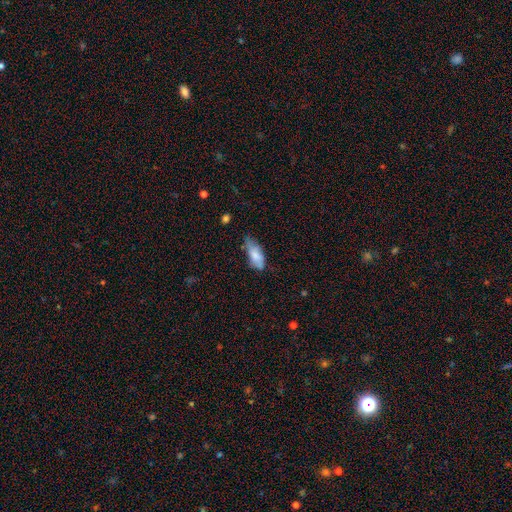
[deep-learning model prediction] smooth-or-featured: smooth: 75% | featured or disk: 17% | star or artifact: 7%
  how-rounded: in between: 80% | cigar-shaped: 17% | round: 2%
  merging: none: 45% | minor disturbance: 39% | major disturbance: 13% | merger: 4%